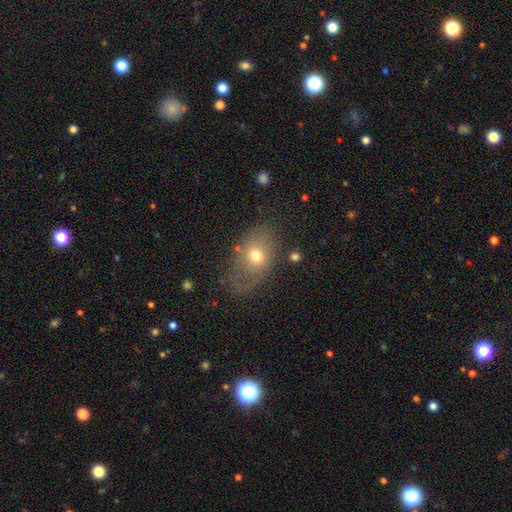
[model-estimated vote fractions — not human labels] Morphology: type=smooth (65%); roundness=in between (75%); merging=none (66%).